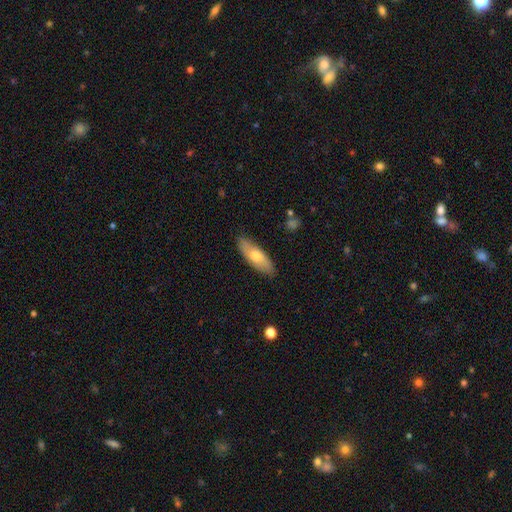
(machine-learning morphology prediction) type=smooth (63%); roundness=in between (64%); merging=none (85%).